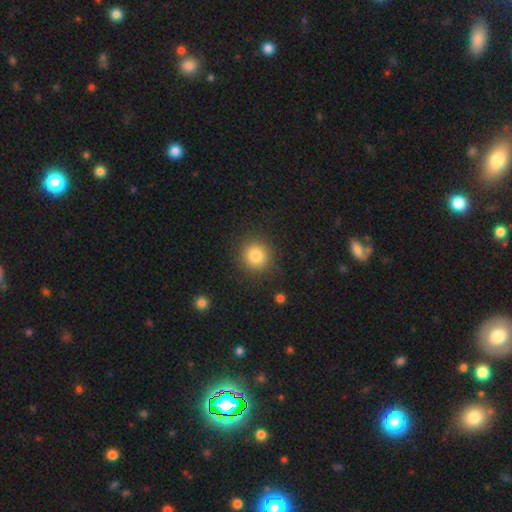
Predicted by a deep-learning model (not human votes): Q: Smooth or featured?
A: smooth (82%); runner-up: star or artifact (11%)
Q: How rounded?
A: round (91%); runner-up: in between (8%)
Q: Merging?
A: none (88%); runner-up: minor disturbance (7%)